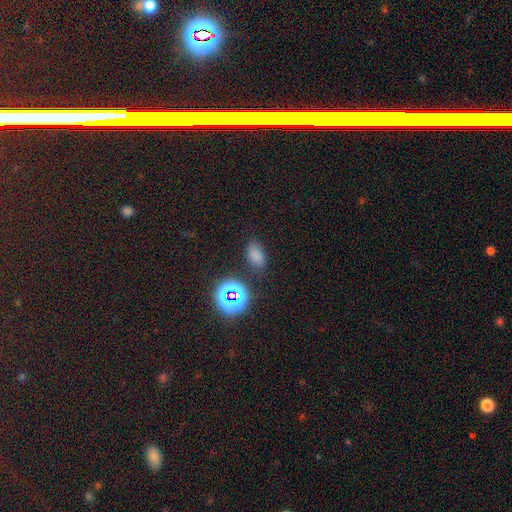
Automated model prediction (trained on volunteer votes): The model was most divided on "smooth or featured": smooth: 71%, star or artifact: 23%, featured or disk: 6%. More confident: how rounded — in between (88%); merging — none (78%).